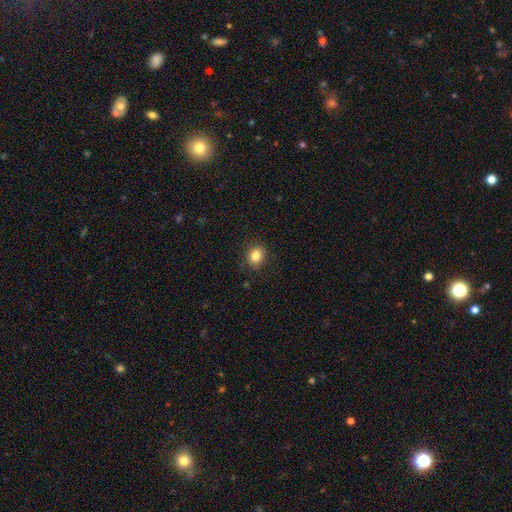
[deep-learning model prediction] This is clearly a smooth galaxy (84%). How rounded: likely round (67%). Merging: clearly none (88%).